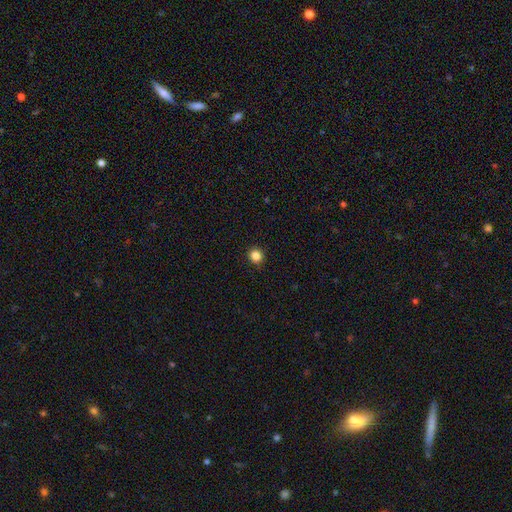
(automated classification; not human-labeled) The model was most divided on "smooth or featured": smooth: 85%, star or artifact: 12%, featured or disk: 3%. More confident: merging — none (92%); how rounded — round (92%).